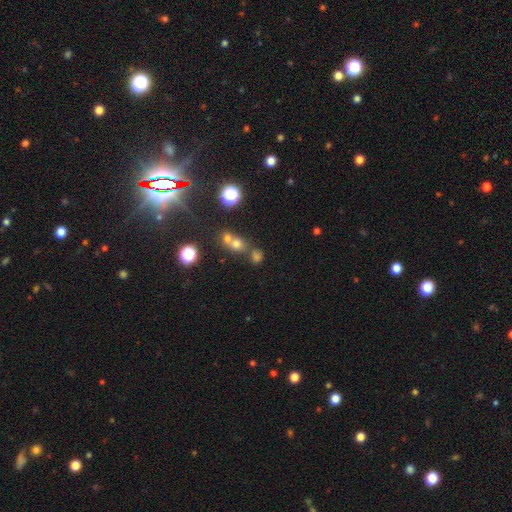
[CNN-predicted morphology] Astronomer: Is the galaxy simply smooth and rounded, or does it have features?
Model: smooth — 49% (runner-up: star or artifact, 37%).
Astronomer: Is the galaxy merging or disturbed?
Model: merger — 46% (runner-up: none, 42%).